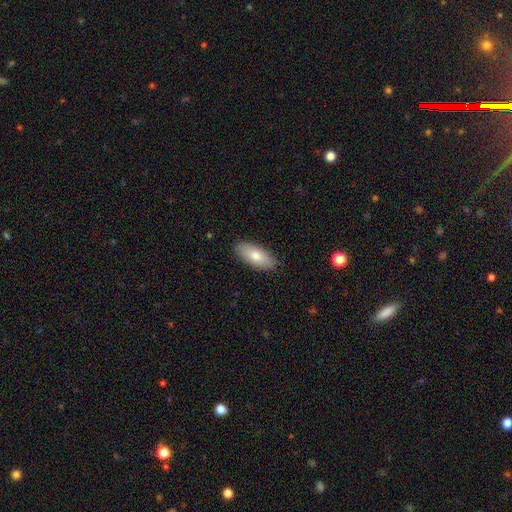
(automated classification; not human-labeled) The model was most divided on "smooth or featured": smooth: 77%, featured or disk: 17%, star or artifact: 6%. More confident: merging — none (89%); how rounded — in between (83%).